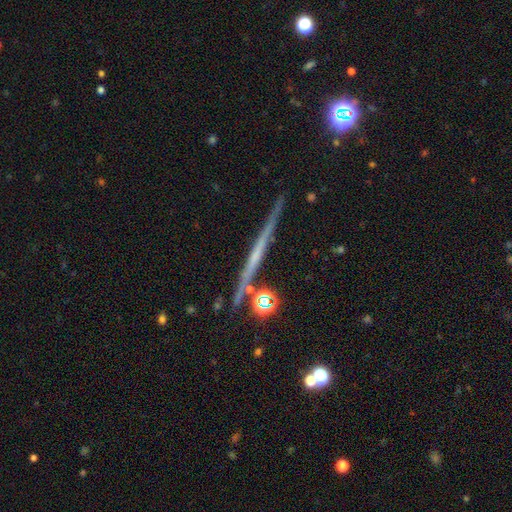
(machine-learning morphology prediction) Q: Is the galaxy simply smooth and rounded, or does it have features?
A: featured or disk — 66%.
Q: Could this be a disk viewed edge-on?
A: yes — 97%.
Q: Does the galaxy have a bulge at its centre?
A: none — 82%.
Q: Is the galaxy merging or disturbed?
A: none — 87%.